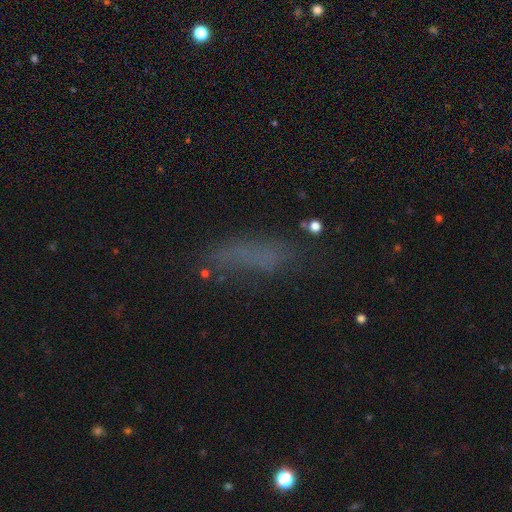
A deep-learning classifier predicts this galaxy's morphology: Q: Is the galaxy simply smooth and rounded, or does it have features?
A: smooth — 59%.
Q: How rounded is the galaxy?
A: cigar-shaped — 52%.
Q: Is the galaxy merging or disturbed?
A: none — 56%.